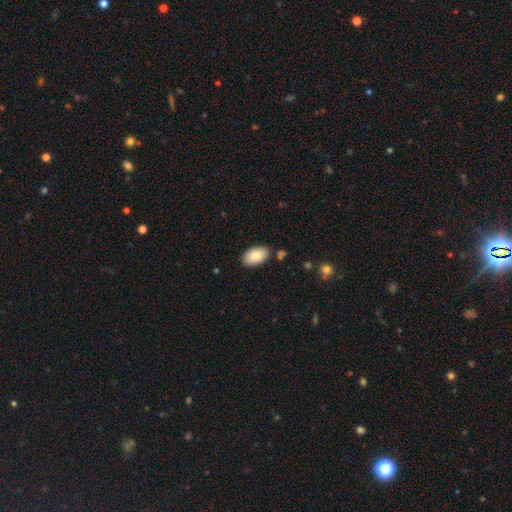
A smooth galaxy with no disk features (95%) that is in between round and cigar-shaped (94%).

Vote fractions:
- Smooth or featured? smooth: 95% / featured or disk: 3% / star or artifact: 3%
- How rounded? in between: 94% / round: 3% / cigar-shaped: 3%
- Merging? none: 84% / minor disturbance: 14% / major disturbance: 3% / merger: 0%